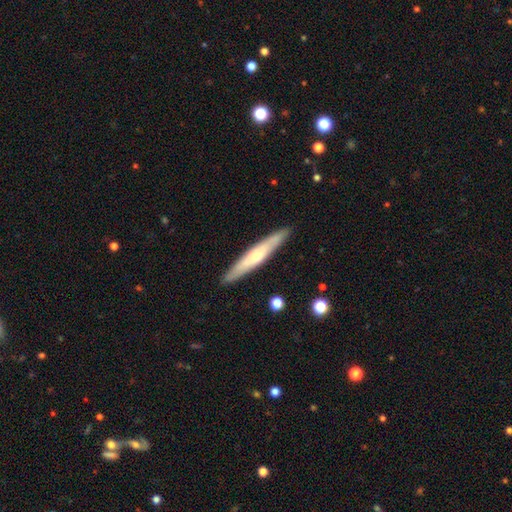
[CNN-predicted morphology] Q: Smooth or featured?
A: featured or disk (50%); runner-up: smooth (45%)
Q: Merging?
A: none (90%); runner-up: minor disturbance (7%)